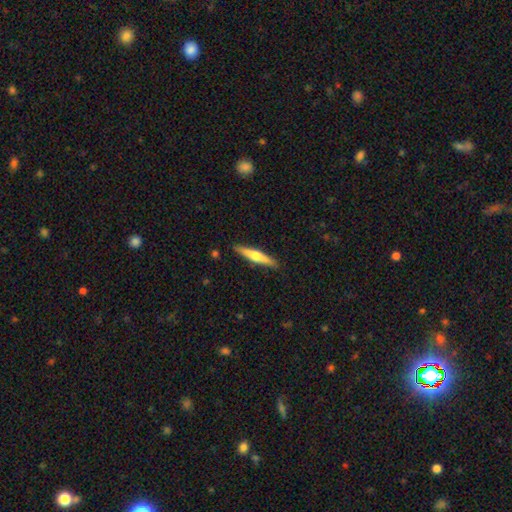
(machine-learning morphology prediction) A featured or disk galaxy (52%) viewed edge-on (96%).

Vote fractions:
- Smooth or featured? featured or disk: 52% / smooth: 43% / star or artifact: 5%
- Edge-on disk? yes: 96% / no: 4%
- Merging? none: 90% / minor disturbance: 7% / major disturbance: 2% / merger: 1%